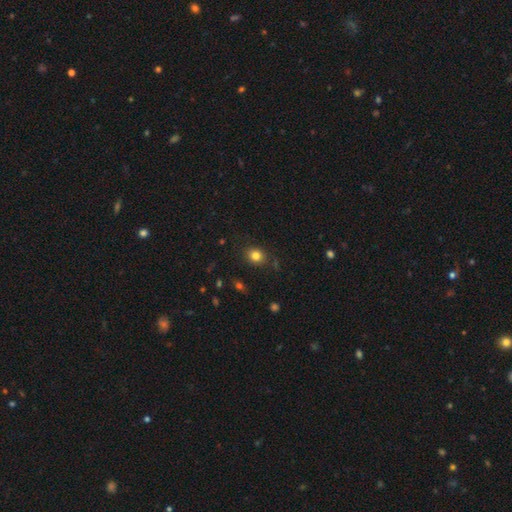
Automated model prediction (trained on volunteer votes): Morphology: type=smooth (81%); roundness=round (67%); merging=none (82%).